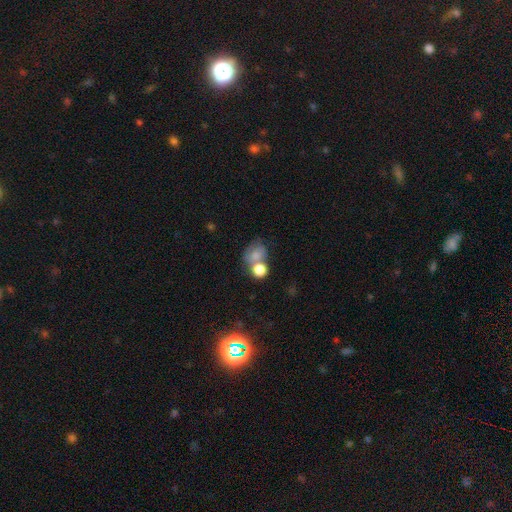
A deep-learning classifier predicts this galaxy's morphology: Smooth or featured? Predicted: smooth (p=0.71). How rounded? Predicted: round (p=0.53). Merging? Predicted: merger (p=0.46).